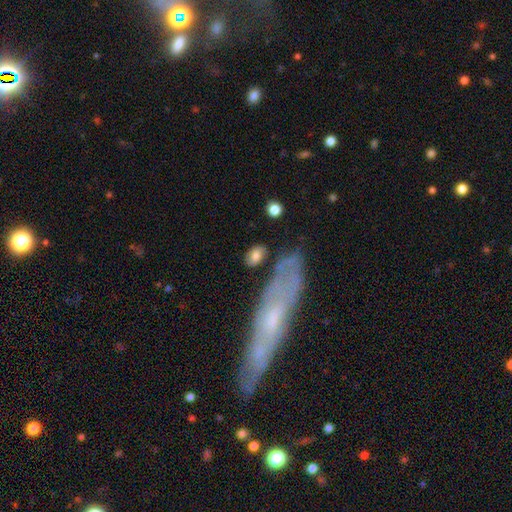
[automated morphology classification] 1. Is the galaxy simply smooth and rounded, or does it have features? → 77% smooth, 17% featured or disk, 7% star or artifact.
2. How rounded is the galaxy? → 87% in between, 10% round, 3% cigar-shaped.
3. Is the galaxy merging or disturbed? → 73% none, 15% minor disturbance, 6% major disturbance, 6% merger.